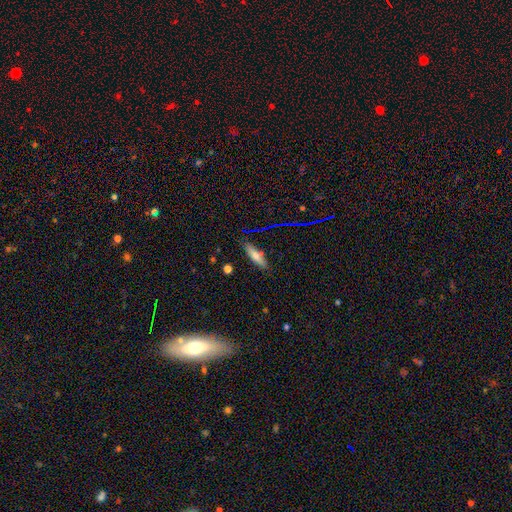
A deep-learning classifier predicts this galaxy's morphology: This is likely a smooth galaxy (65%). How rounded: likely cigar-shaped (62%). Merging: clearly none (82%).